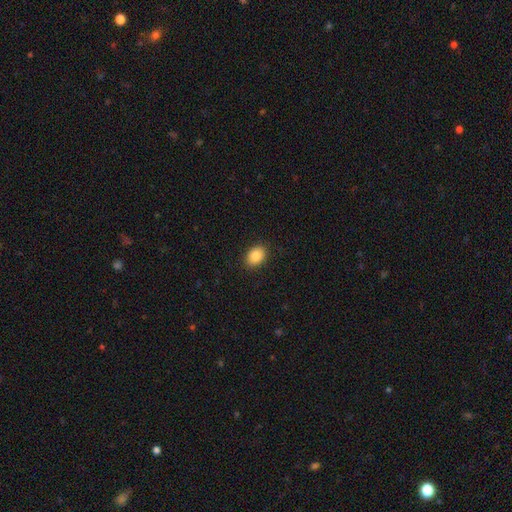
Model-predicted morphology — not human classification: smooth 86%, star or artifact 8%, featured or disk 6%. Down the decision tree: how rounded — in between (71%); merging — none (89%).